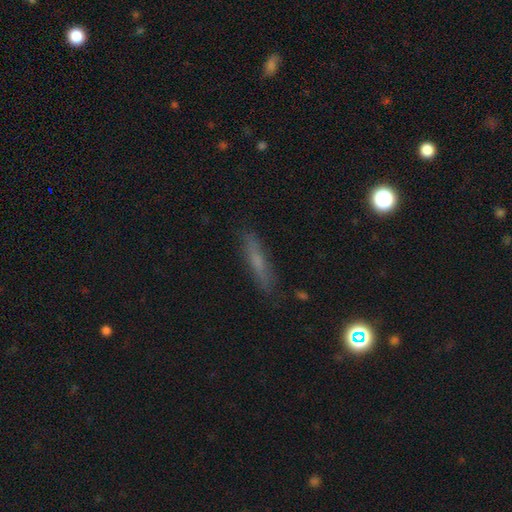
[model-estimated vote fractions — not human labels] This is possibly a smooth galaxy (50%). Merging: clearly none (86%).